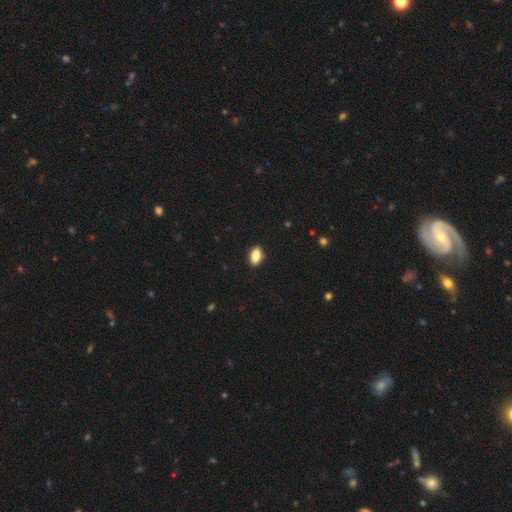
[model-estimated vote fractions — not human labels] Smooth or featured? Predicted: smooth (p=0.85). How rounded? Predicted: in between (p=0.90). Merging? Predicted: none (p=0.89).